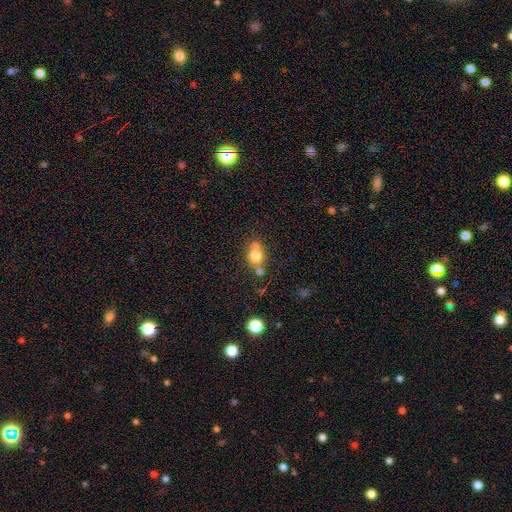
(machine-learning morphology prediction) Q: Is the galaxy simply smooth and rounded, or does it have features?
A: smooth — 73%.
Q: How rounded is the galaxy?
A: round — 62%.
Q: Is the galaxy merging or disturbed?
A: none — 48%.